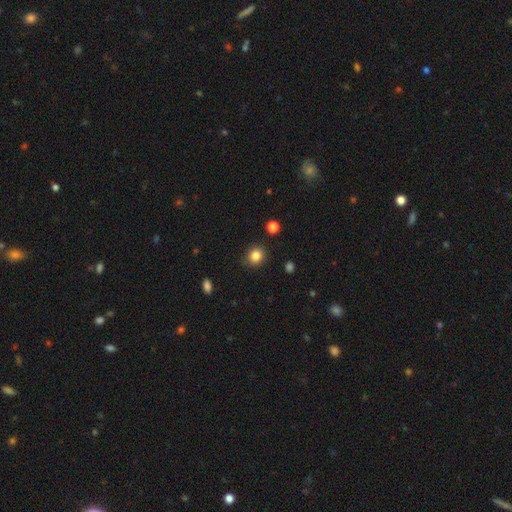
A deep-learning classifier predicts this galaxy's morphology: smooth_or_featured: smooth (p=0.84) [alt: star or artifact p=0.11]
how_rounded: round (p=0.83) [alt: in between p=0.16]
merging: none (p=0.87) [alt: minor disturbance p=0.09]